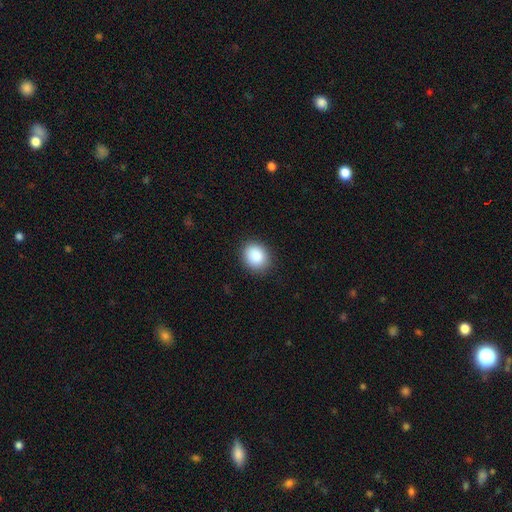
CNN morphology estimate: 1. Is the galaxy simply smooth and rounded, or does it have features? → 88% smooth, 8% star or artifact, 4% featured or disk.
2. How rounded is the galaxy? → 60% round, 39% in between, 1% cigar-shaped.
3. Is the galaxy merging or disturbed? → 88% none, 9% minor disturbance, 2% major disturbance, 1% merger.